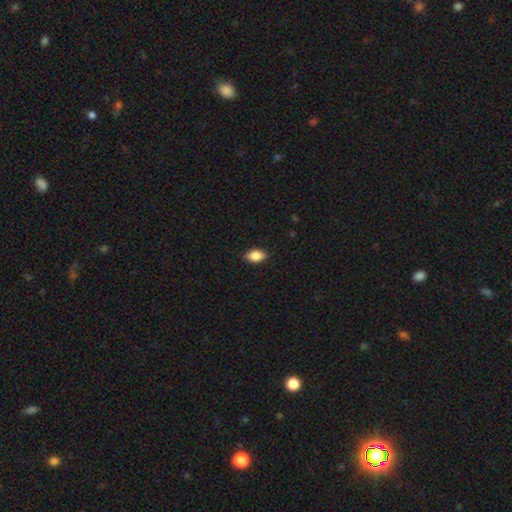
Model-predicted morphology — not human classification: Overall: smooth (86%). How rounded: in between (88%). Merging: none (84%).